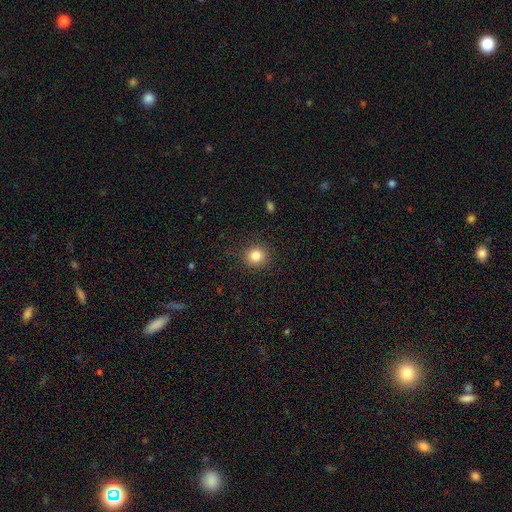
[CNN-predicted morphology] smooth 83%, star or artifact 11%, featured or disk 6%. Down the decision tree: how rounded — round (91%); merging — none (89%).